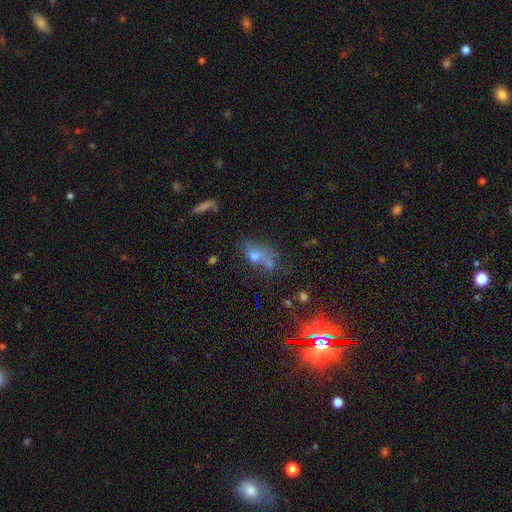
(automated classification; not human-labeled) Overall: smooth (55%; star or artifact 25%). How rounded: in between (67%; round 28%). Merging: none (37%; merger 34%).